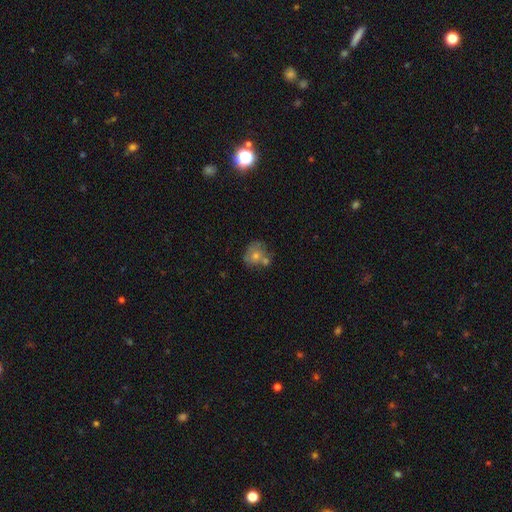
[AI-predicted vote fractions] Smooth or featured: smooth — 55% (featured or disk — 32%)
How rounded: round — 70% (in between — 29%)
Merging: none — 47% (merger — 28%)